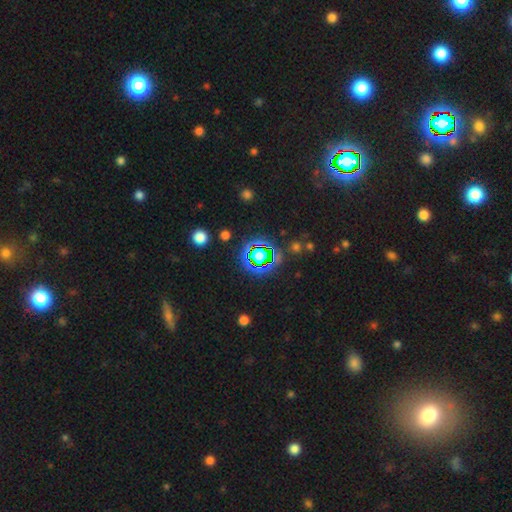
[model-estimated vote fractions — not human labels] Q: Smooth or featured?
A: star or artifact (74%); runner-up: smooth (16%)